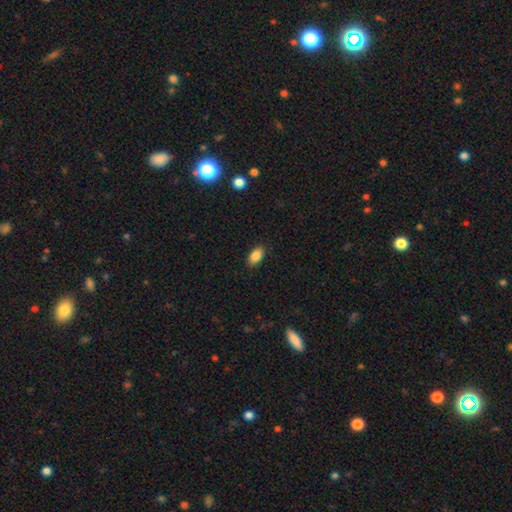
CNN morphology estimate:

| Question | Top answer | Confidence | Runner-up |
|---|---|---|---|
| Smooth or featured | smooth | 87% | star or artifact (8%) |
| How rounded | in between | 92% | round (5%) |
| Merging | none | 88% | minor disturbance (9%) |